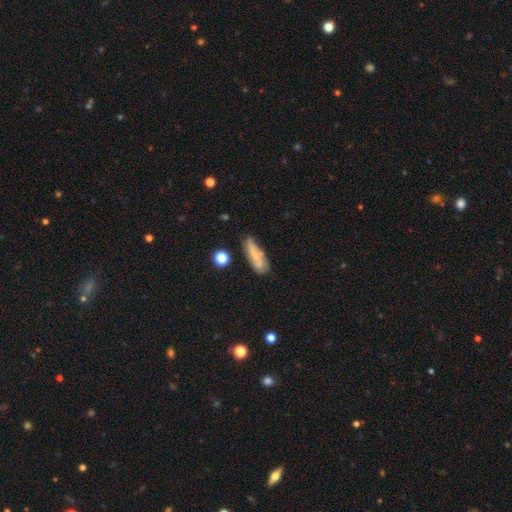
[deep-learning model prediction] This appears to be a smooth galaxy with no disk features (62%) that is in between round and cigar-shaped (50%). Merging: none (63%).